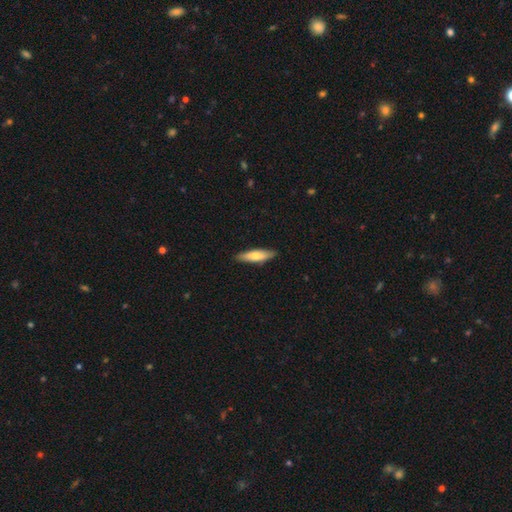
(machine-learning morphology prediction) This appears to be a smooth galaxy with no disk features (66%) that is cigar-shaped (69%). Merging: none (88%).